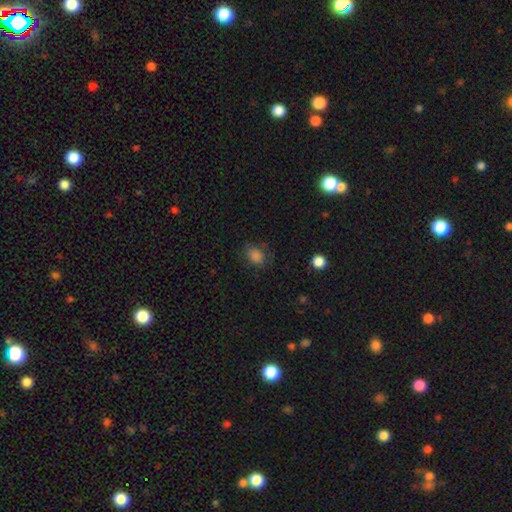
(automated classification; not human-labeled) Smooth or featured?
  - smooth: 82% *
  - star or artifact: 12%
  - featured or disk: 6%
How rounded?
  - in between: 57% *
  - round: 42%
  - cigar-shaped: 1%
Merging?
  - none: 72% *
  - minor disturbance: 19%
  - major disturbance: 8%
  - merger: 2%